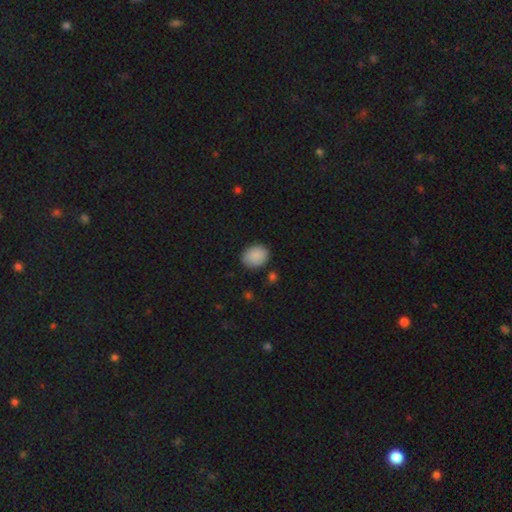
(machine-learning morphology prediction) Overall: smooth (88%). How rounded: in between (51%; round 48%). Merging: none (84%).